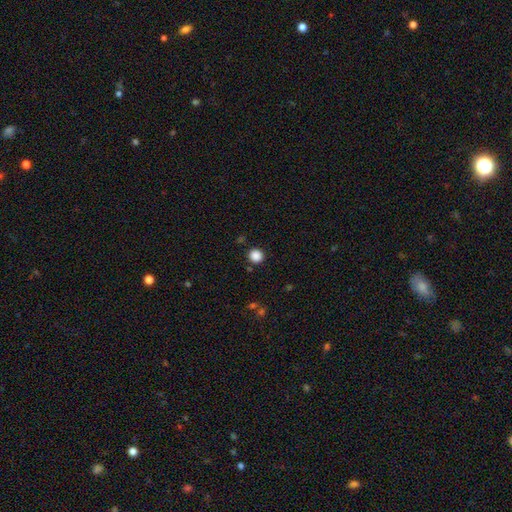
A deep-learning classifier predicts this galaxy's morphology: Smooth or featured? Predicted: smooth (p=0.86). How rounded? Predicted: round (p=0.93). Merging? Predicted: none (p=0.89).